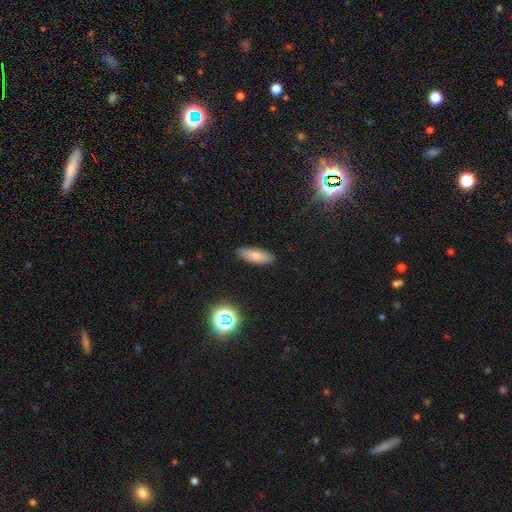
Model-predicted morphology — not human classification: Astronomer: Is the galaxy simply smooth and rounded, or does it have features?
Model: smooth — 79%.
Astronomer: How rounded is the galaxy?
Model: in between — 72%.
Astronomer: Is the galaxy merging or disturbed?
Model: none — 86%.